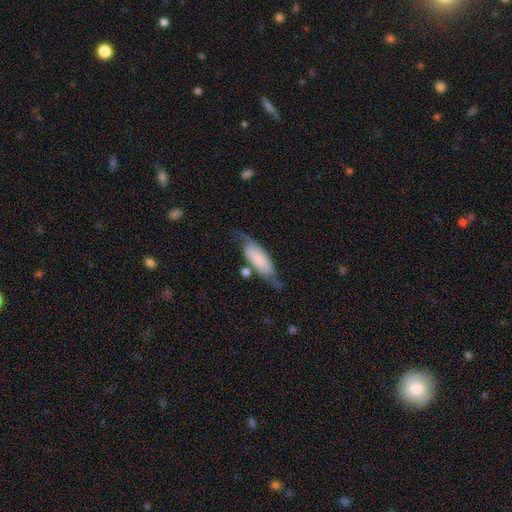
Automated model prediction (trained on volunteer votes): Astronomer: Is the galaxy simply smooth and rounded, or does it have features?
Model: smooth — 53% (runner-up: featured or disk, 39%).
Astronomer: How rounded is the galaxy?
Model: in between — 62%.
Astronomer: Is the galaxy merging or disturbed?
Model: none — 60%.